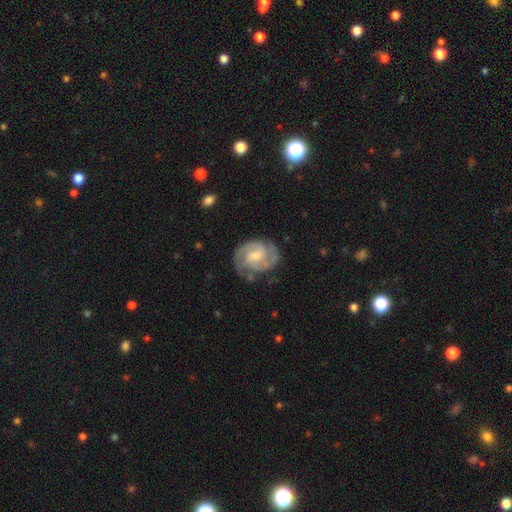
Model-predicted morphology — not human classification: type=featured or disk (86%); edge-on=no (98%); bar=weak (54%); spiral arms=yes (97%); winding=tight (47%); arm count=2 (76%); bulge=moderate (46%); merging=none (74%).